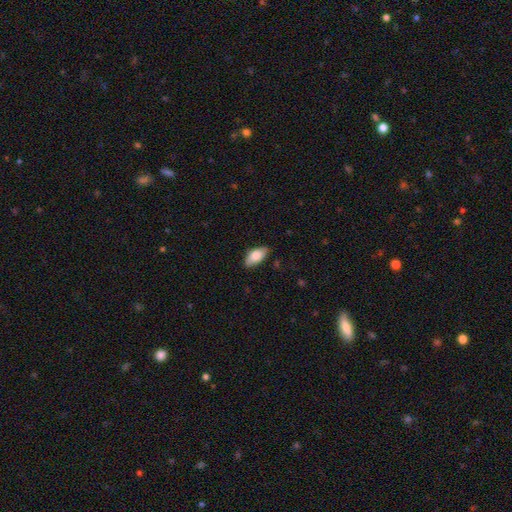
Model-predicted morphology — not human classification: This appears to be a smooth galaxy with no disk features (80%) that is in between round and cigar-shaped (90%). Merging: none (80%).